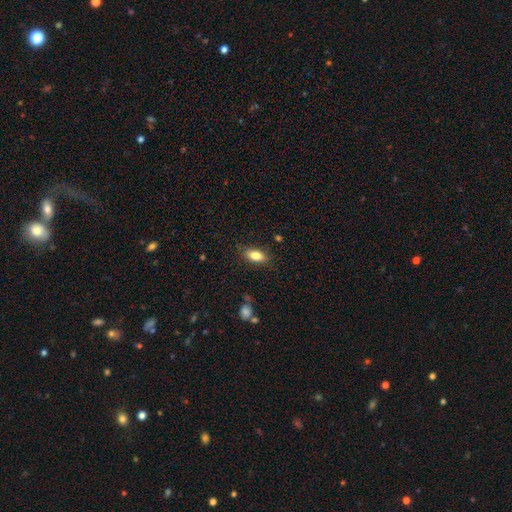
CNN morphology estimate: Smooth or featured? smooth (81%)
How rounded? in between (85%)
Merging? none (83%)